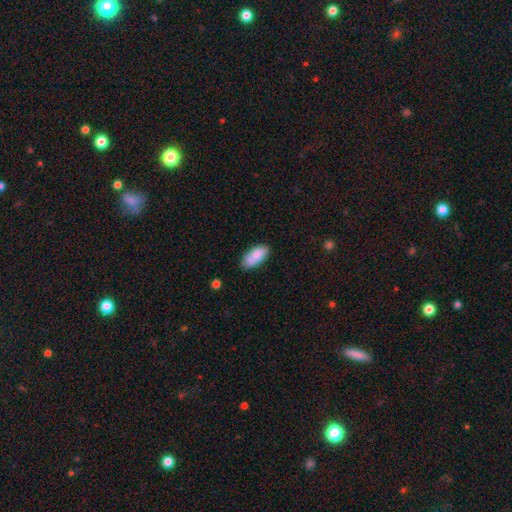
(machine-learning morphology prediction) This appears to be a smooth galaxy with no disk features (79%) that is in between round and cigar-shaped (89%). Merging: none (71%).